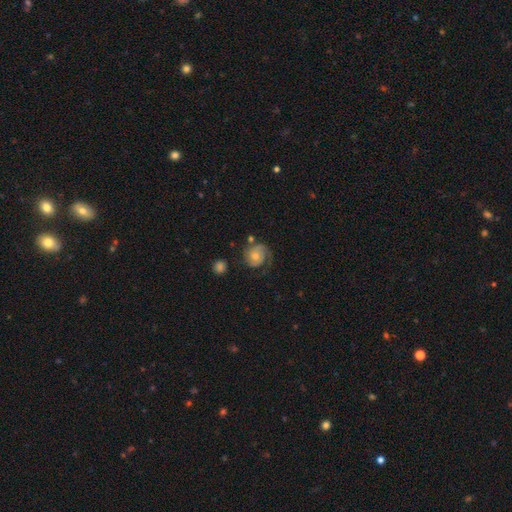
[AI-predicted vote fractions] A featured or disk galaxy (73%) with no bar (73%), 2 (51%) tight (52%) spiral arms (94%) and a moderate central bulge (52%).

Vote fractions:
- Smooth or featured? featured or disk: 73% / smooth: 20% / star or artifact: 7%
- Edge-on disk? no: 98% / yes: 2%
- Bar? no: 73% / weak: 23% / strong: 4%
- Spiral arms? yes: 94% / no: 6%
- Spiral winding? tight: 52% / medium: 35% / loose: 14%
- Spiral arm count? 2: 51% / 1: 27% / can't tell: 12% / 3: 6% / 4: 2% / more than 4: 2%
- Bulge size? moderate: 52% / small: 39% / large: 4% / none: 3% / dominant: 1%
- Merging? none: 60% / minor disturbance: 20% / major disturbance: 15% / merger: 5%